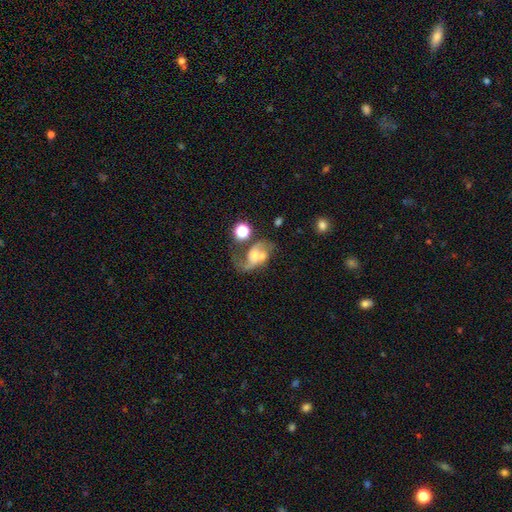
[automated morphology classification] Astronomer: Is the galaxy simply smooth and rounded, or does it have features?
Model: featured or disk — 69%.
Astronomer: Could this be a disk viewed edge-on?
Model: no — 97%.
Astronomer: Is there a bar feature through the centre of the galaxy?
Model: no — 59%.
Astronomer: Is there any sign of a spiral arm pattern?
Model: yes — 86%.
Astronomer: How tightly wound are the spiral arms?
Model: loose — 62%.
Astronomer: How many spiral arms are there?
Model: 2 — 76%.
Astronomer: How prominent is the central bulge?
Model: small — 37% (runner-up: moderate, 34%).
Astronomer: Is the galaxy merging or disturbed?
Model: none — 30% (runner-up: merger, 27%).